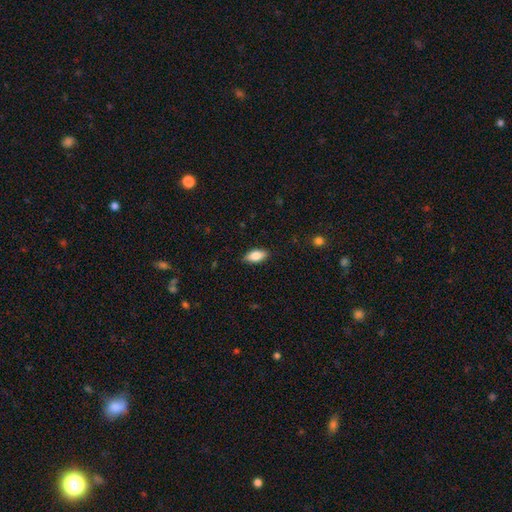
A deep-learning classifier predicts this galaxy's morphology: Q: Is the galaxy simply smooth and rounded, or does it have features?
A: smooth — 83%.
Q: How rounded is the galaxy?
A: in between — 88%.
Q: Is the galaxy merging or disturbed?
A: none — 86%.